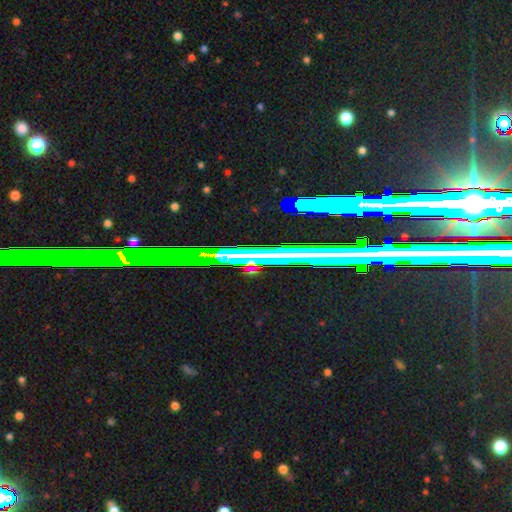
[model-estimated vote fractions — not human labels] This is possibly a star or artifact rather than a galaxy (53%).